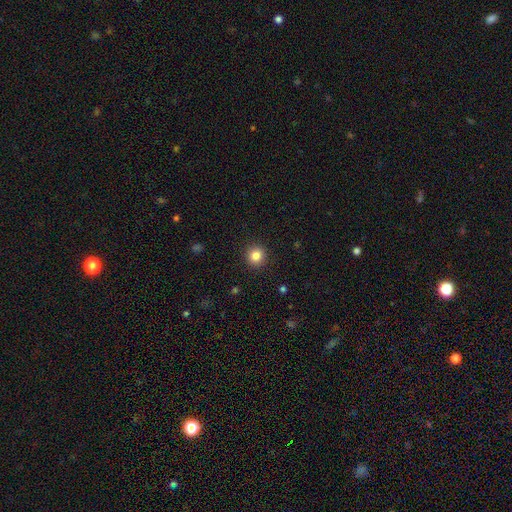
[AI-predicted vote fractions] smooth 83%, star or artifact 11%, featured or disk 5%. Down the decision tree: how rounded — round (93%); merging — none (93%).